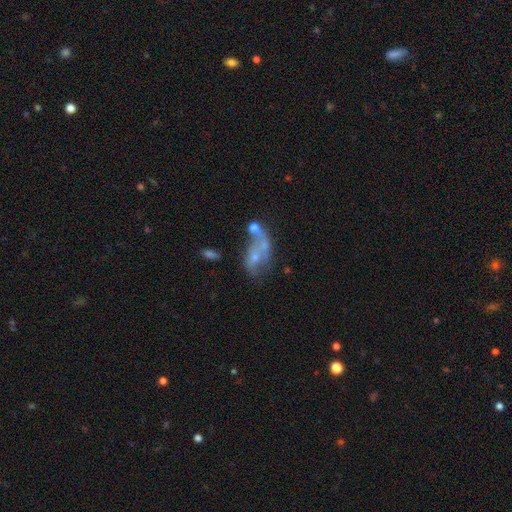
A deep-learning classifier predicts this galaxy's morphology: A featured or disk galaxy (54%) with no bar (78%), no spiral arms (59%) and a small central bulge (52%).

Vote fractions:
- Smooth or featured? featured or disk: 54% / smooth: 36% / star or artifact: 11%
- Edge-on disk? no: 95% / yes: 5%
- Bar? no: 78% / weak: 17% / strong: 4%
- Spiral arms? no: 59% / yes: 41%
- Bulge size? small: 52% / moderate: 26% / none: 18% / large: 3% / dominant: 2%
- Merging? merger: 42% / major disturbance: 27% / none: 18% / minor disturbance: 13%